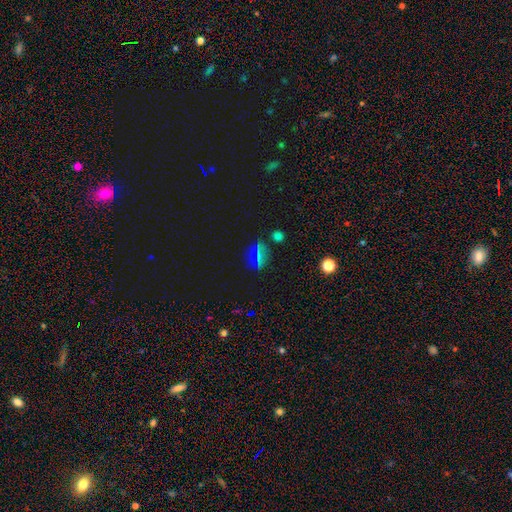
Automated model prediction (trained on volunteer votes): This appears to be a star or artifact, not a galaxy (44%).